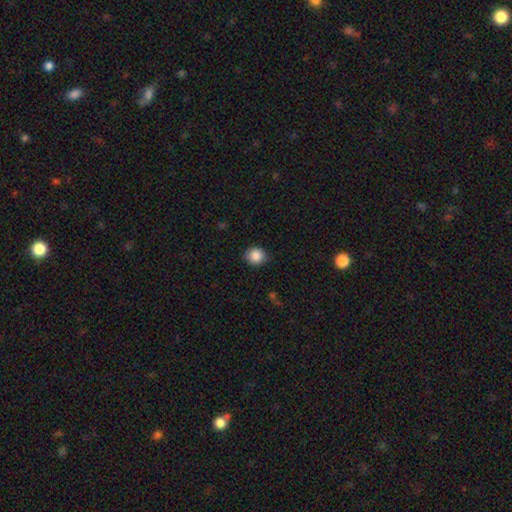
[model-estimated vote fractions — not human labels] Smooth or featured: smooth — 86% (star or artifact — 9%)
How rounded: round — 81% (in between — 18%)
Merging: none — 87% (minor disturbance — 10%)